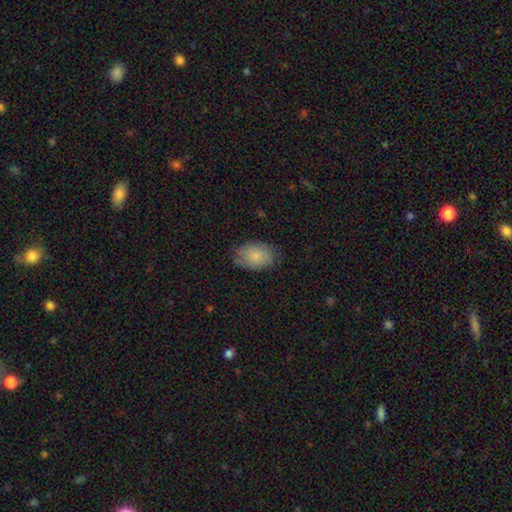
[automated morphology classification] A smooth galaxy with no disk features (80%) that is in between round and cigar-shaped (85%). Merging: none (71%).